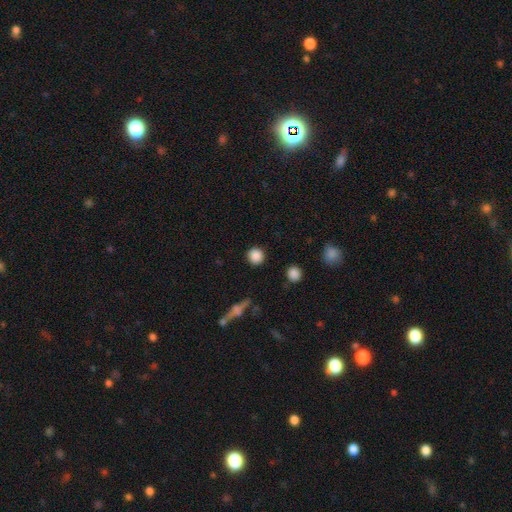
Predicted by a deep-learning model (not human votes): This is clearly a smooth galaxy (86%). How rounded: clearly round (93%). Merging: clearly none (90%).